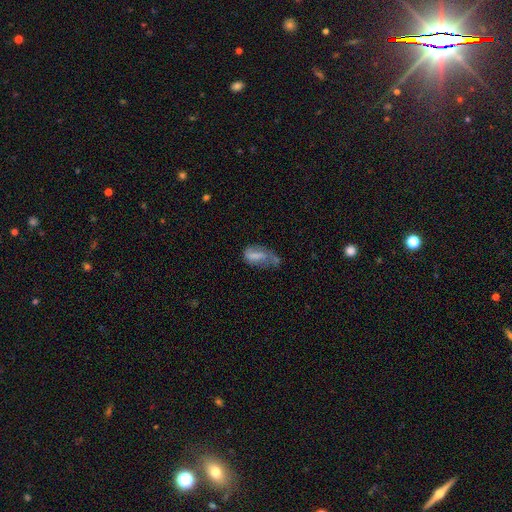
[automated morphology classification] Smooth or featured?
  - smooth: 59% *
  - featured or disk: 32%
  - star or artifact: 9%
How rounded?
  - in between: 84% *
  - cigar-shaped: 11%
  - round: 5%
Merging?
  - minor disturbance: 34% *
  - major disturbance: 30%
  - none: 25%
  - merger: 11%